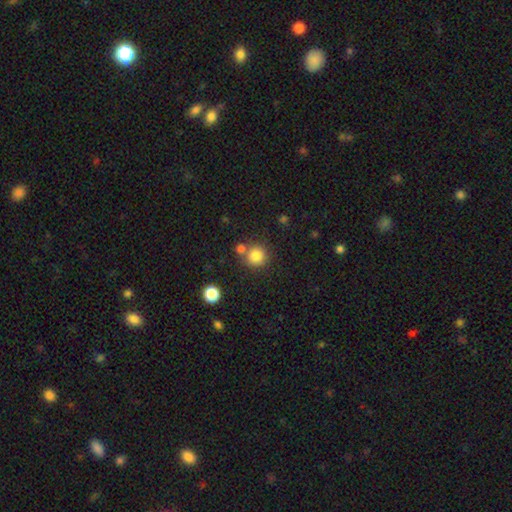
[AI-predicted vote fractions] A smooth galaxy with no disk features (83%) that is round (93%).

Vote fractions:
- Smooth or featured? smooth: 83% / star or artifact: 11% / featured or disk: 6%
- How rounded? round: 93% / in between: 6% / cigar-shaped: 1%
- Merging? none: 73% / merger: 16% / minor disturbance: 9% / major disturbance: 3%